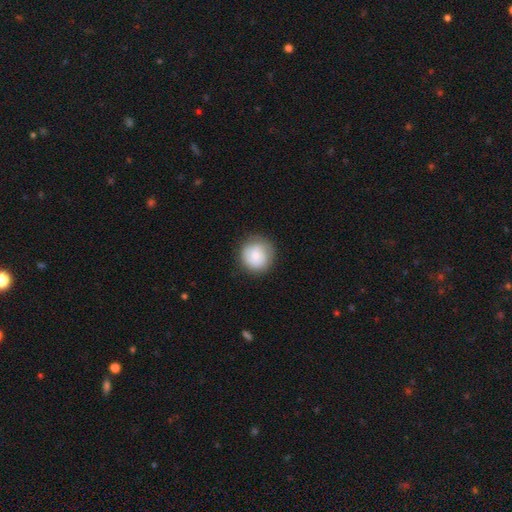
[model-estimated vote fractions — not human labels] Smooth or featured? Predicted: smooth (p=0.71). How rounded? Predicted: round (p=0.93). Merging? Predicted: none (p=0.84).